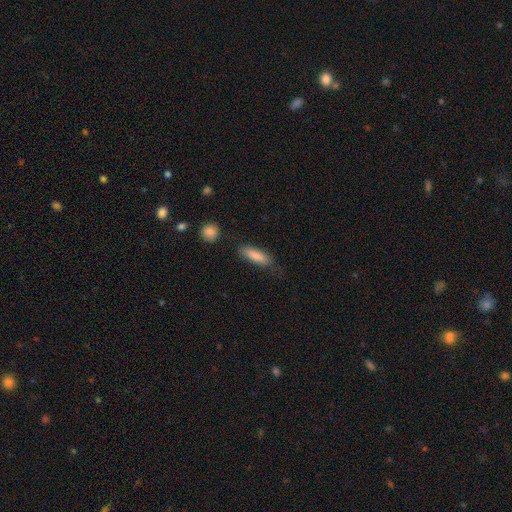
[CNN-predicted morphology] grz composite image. It shows a smooth galaxy with no disk features (85%) that is cigar-shaped (56%). Merging: none (76%).